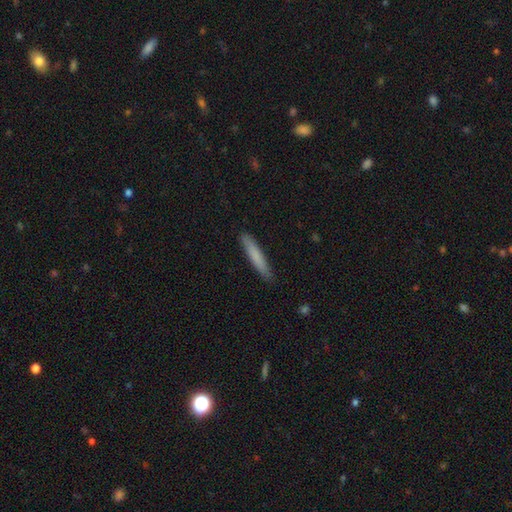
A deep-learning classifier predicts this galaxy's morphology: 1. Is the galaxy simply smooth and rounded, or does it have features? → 78% smooth, 17% featured or disk, 5% star or artifact.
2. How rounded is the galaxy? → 94% cigar-shaped, 5% in between, 1% round.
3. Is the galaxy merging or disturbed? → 88% none, 9% minor disturbance, 2% major disturbance, 1% merger.